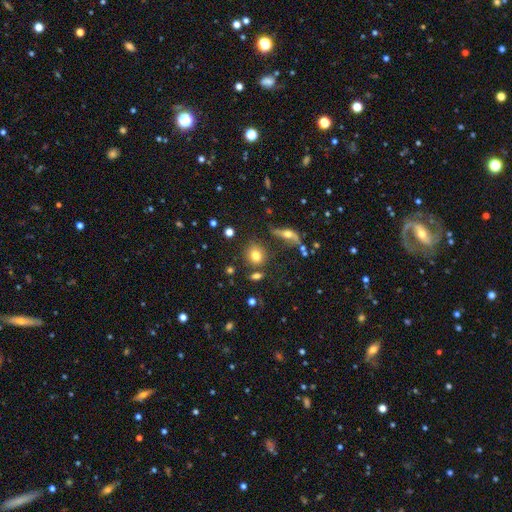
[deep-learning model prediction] Smooth or featured?
  - smooth: 74% *
  - featured or disk: 13%
  - star or artifact: 13%
How rounded?
  - round: 77% *
  - in between: 21%
  - cigar-shaped: 2%
Merging?
  - none: 74% *
  - minor disturbance: 12%
  - merger: 9%
  - major disturbance: 5%